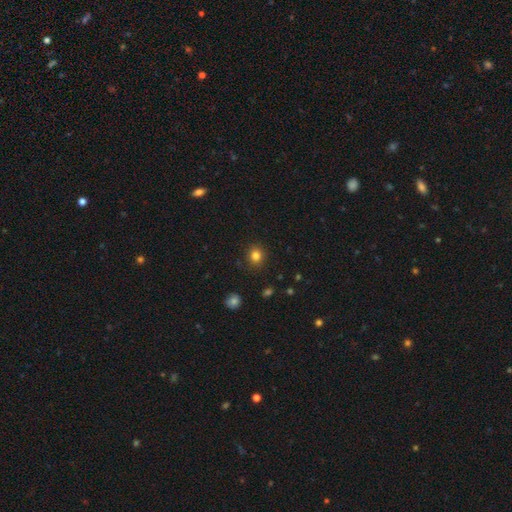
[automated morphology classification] Smooth or featured: smooth — 83% (star or artifact — 12%)
How rounded: round — 82% (in between — 17%)
Merging: none — 89% (minor disturbance — 7%)